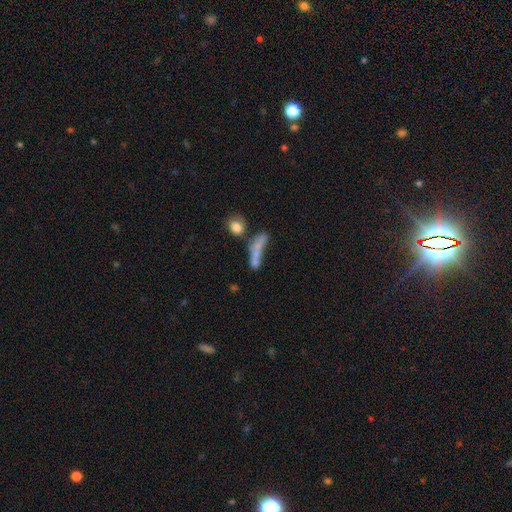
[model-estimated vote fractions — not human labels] A smooth galaxy with no disk features (53%) that is cigar-shaped (66%). Merging: none (35%).